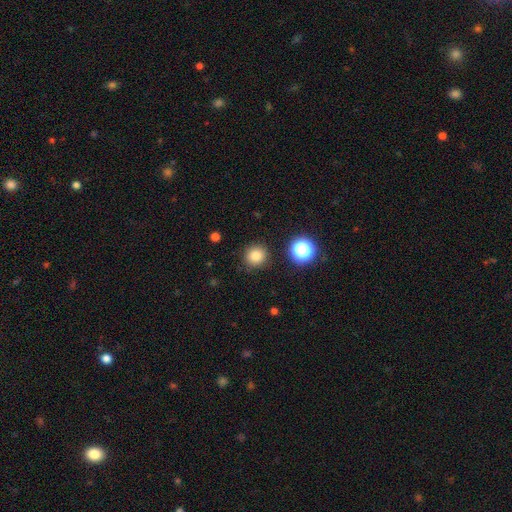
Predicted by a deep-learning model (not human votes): Smooth or featured?
  - smooth: 81% *
  - star or artifact: 13%
  - featured or disk: 5%
How rounded?
  - round: 92% *
  - in between: 7%
  - cigar-shaped: 1%
Merging?
  - none: 88% *
  - minor disturbance: 7%
  - major disturbance: 3%
  - merger: 2%